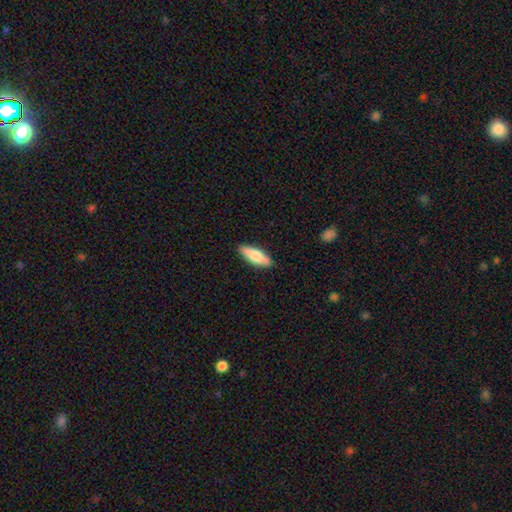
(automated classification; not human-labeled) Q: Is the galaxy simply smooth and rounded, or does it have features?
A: smooth — 68%.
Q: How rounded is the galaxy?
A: in between — 50%.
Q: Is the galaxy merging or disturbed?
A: none — 89%.